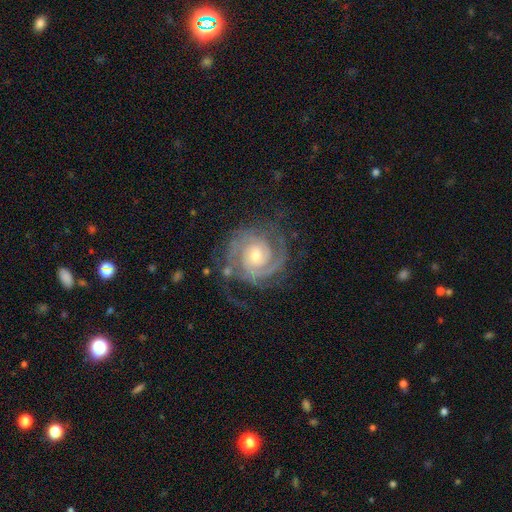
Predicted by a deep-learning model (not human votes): smooth-or-featured: featured or disk: 91% | star or artifact: 5% | smooth: 4%
  disk-edge-on: no: 98% | yes: 2%
    bar: no: 63% | weak: 29% | strong: 9%
    has-spiral-arms: yes: 98% | no: 2%
      spiral-winding: tight: 76% | medium: 21% | loose: 3%
      spiral-arm-count: 2: 58% | 3: 19% | can't tell: 10% | 4: 5% | 1: 4% | more than 4: 4%
    bulge-size: moderate: 48% | small: 47% | large: 2% | none: 1% | dominant: 1%
  merging: none: 73% | minor disturbance: 16% | major disturbance: 8% | merger: 2%